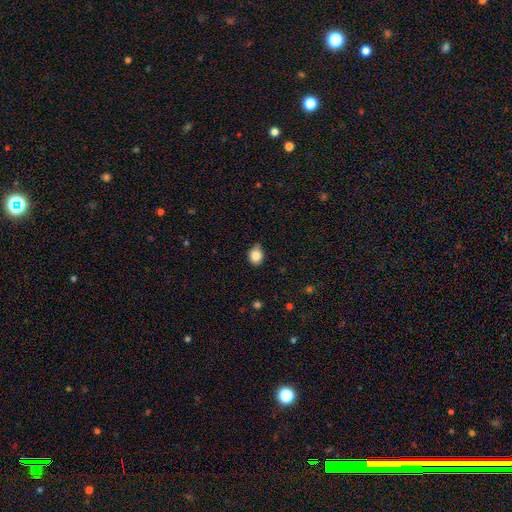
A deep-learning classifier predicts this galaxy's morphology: This is clearly a smooth galaxy (84%). How rounded: possibly round (57%). Merging: likely none (73%).